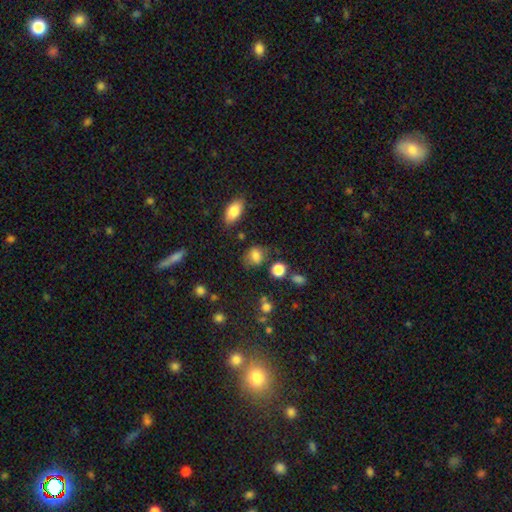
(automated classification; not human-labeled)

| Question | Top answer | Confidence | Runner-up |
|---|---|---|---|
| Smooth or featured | smooth | 77% | star or artifact (12%) |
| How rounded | in between | 52% | round (47%) |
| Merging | none | 61% | minor disturbance (25%) |